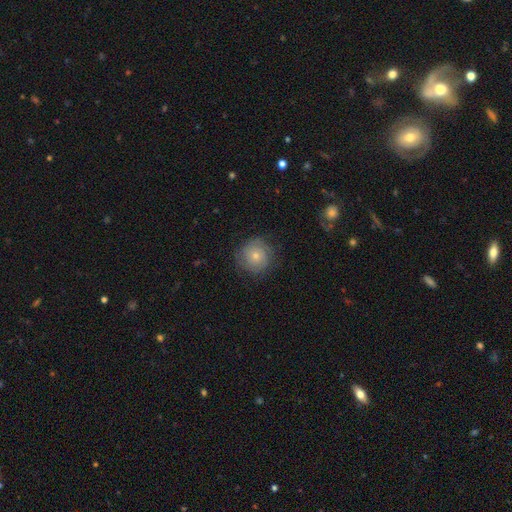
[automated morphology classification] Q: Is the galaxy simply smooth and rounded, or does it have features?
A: smooth — 60%.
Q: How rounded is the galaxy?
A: round — 92%.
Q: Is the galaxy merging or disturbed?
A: none — 78%.